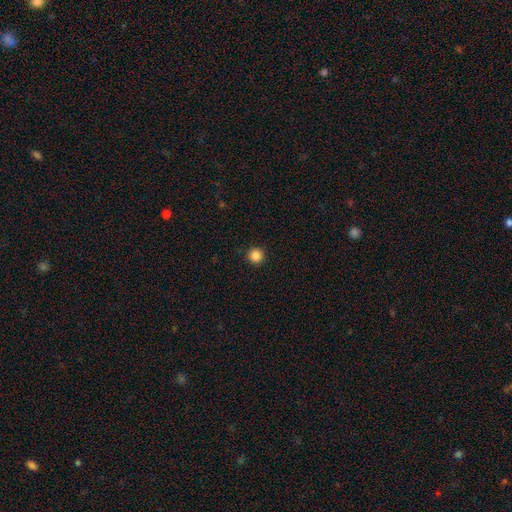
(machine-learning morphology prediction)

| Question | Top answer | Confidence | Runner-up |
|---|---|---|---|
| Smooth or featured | smooth | 86% | star or artifact (11%) |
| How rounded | round | 96% | in between (3%) |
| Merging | none | 93% | minor disturbance (4%) |